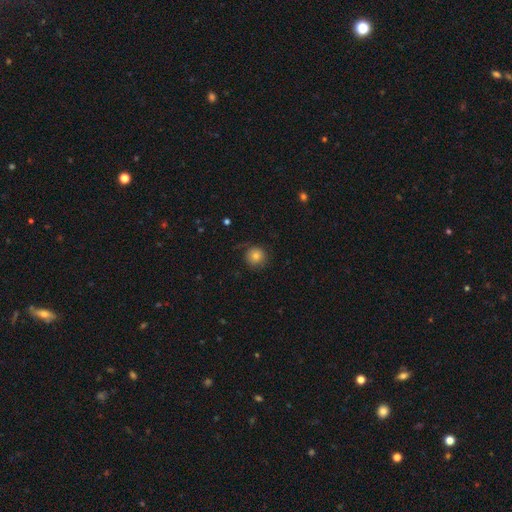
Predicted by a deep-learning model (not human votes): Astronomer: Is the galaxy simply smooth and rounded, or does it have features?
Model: smooth — 79%.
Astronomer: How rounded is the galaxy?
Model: round — 93%.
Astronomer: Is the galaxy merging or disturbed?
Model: none — 77%.